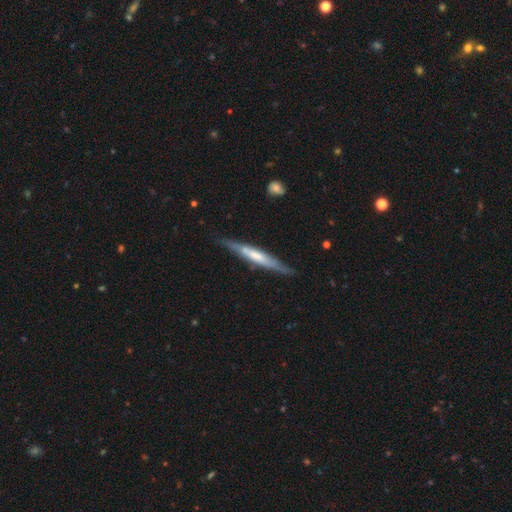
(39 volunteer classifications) This is likely a featured or disk galaxy (79%). It is clearly viewed edge-on (90%). Edge-on bulge: marginally rounded (39%). Merging: clearly none (89%).